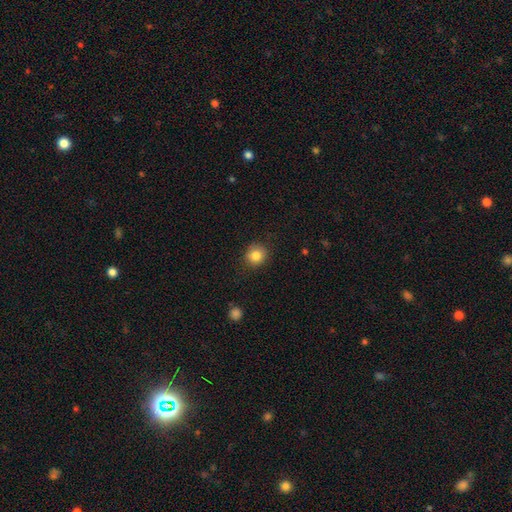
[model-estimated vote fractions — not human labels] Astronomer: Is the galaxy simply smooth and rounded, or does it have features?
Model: smooth — 84%.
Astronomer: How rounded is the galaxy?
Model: round — 85%.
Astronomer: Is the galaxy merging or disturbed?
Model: none — 86%.